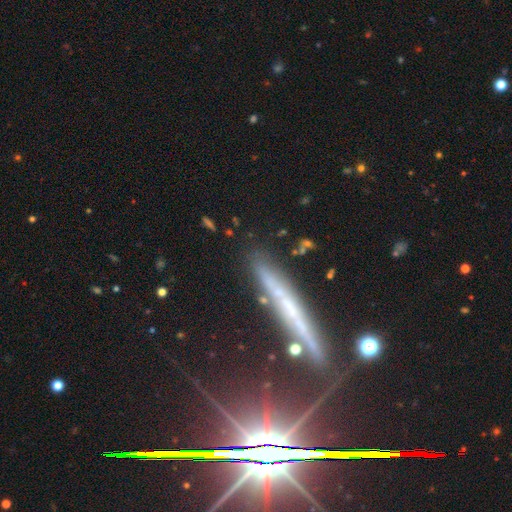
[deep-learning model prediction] Smooth or featured: featured or disk — 55% (smooth — 31%)
Edge-on disk: yes — 87% (no — 13%)
Merging: none — 78% (minor disturbance — 14%)